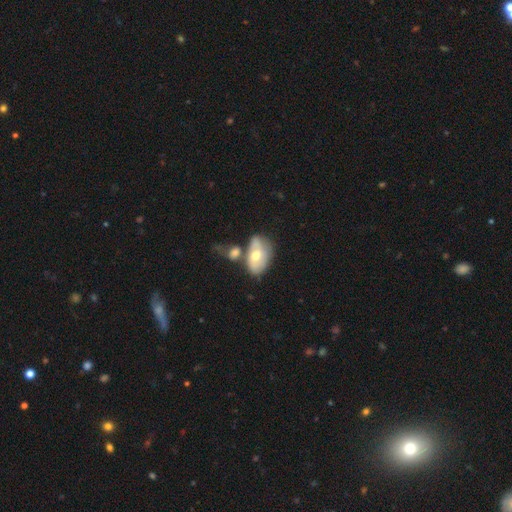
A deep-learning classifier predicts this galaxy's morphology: smooth-or-featured: smooth: 51% | featured or disk: 43% | star or artifact: 6%
  how-rounded: in between: 88% | round: 10% | cigar-shaped: 2%
  merging: none: 35% | merger: 34% | minor disturbance: 20% | major disturbance: 11%